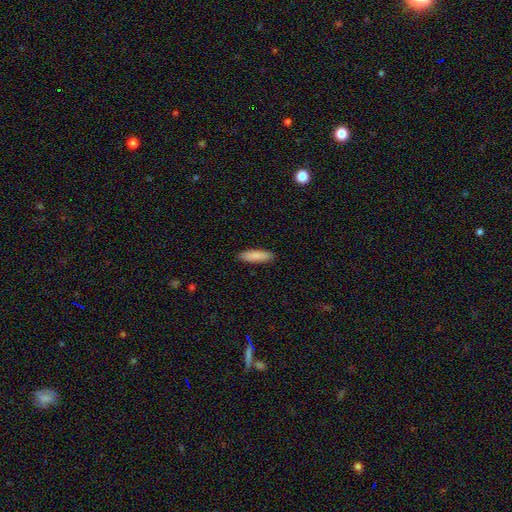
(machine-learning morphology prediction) Overall: smooth (87%). How rounded: cigar-shaped (63%; in between 35%). Merging: none (90%).